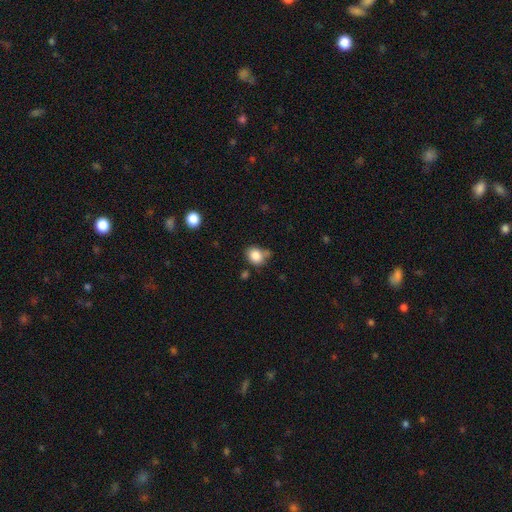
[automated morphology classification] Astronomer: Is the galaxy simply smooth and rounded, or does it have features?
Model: smooth — 85%.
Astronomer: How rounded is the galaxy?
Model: round — 57% (runner-up: in between, 43%).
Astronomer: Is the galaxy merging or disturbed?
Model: none — 60%.